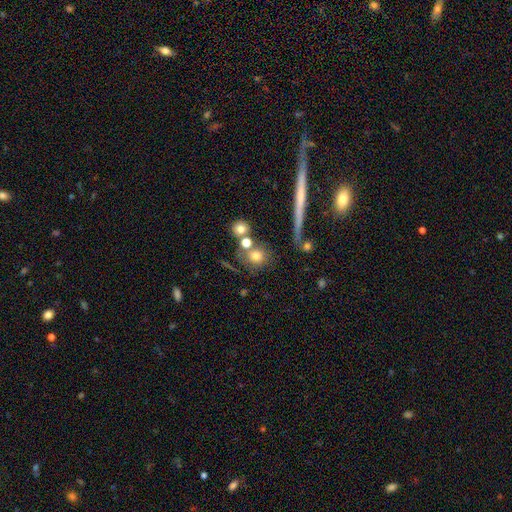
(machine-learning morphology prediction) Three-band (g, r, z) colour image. It shows a smooth galaxy with no disk features (71%) that is round (79%). Merging: none (61%).